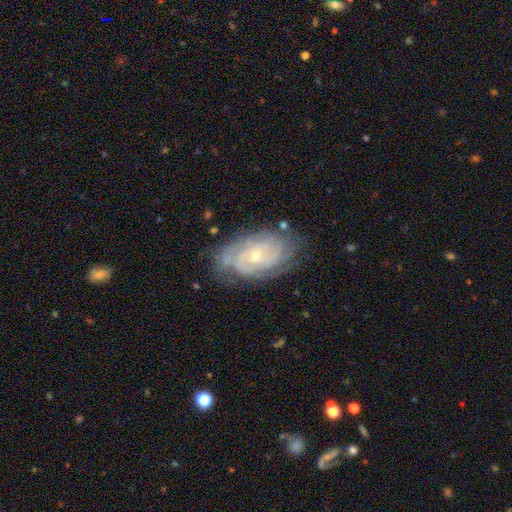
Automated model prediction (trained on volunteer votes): Smooth or featured? featured or disk (83%)
Edge-on disk? no (96%)
Bar? no (69%)
Spiral arms? yes (95%)
Spiral winding? tight (71%)
Spiral arm count? can't tell (35%)
Bulge size? small (67%)
Merging? none (74%)